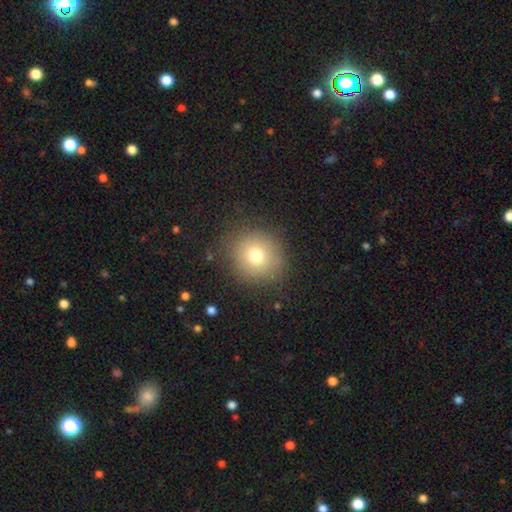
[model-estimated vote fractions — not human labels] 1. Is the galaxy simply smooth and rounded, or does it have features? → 73% smooth, 14% star or artifact, 12% featured or disk.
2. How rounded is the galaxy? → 88% round, 11% in between, 1% cigar-shaped.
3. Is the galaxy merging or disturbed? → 84% none, 10% minor disturbance, 4% major disturbance, 1% merger.